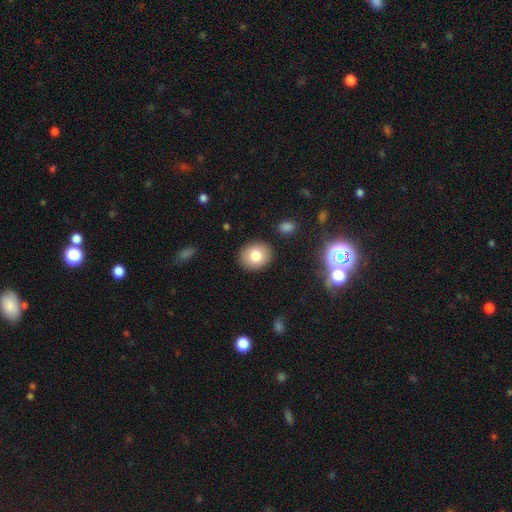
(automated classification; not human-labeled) A smooth galaxy with no disk features (78%) that is round (71%).

Vote fractions:
- Smooth or featured? smooth: 78% / featured or disk: 12% / star or artifact: 10%
- How rounded? round: 71% / in between: 28% / cigar-shaped: 1%
- Merging? none: 89% / minor disturbance: 7% / major disturbance: 2% / merger: 2%